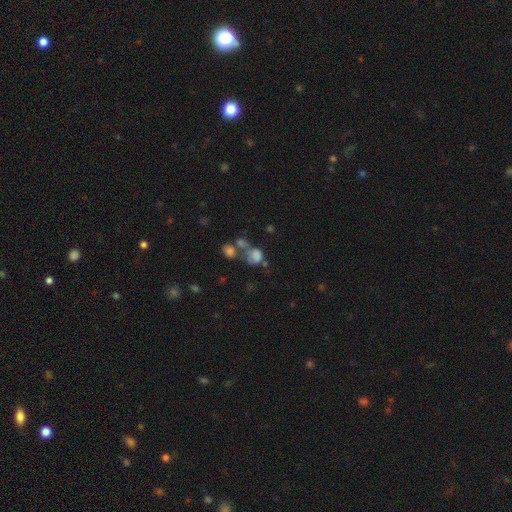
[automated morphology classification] Smooth or featured: smooth — 68% (featured or disk — 18%)
How rounded: round — 50% (in between — 48%)
Merging: merger — 49% (none — 25%)